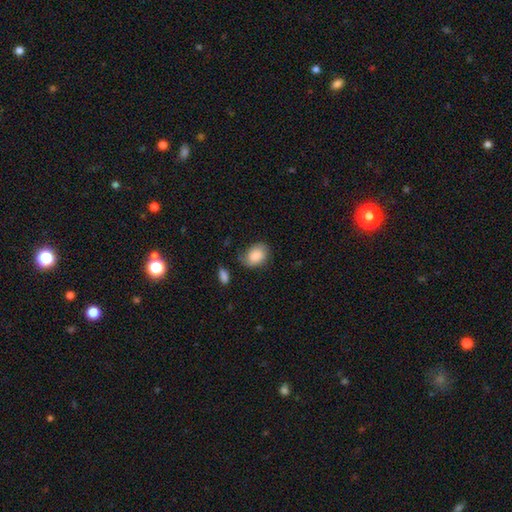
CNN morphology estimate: A smooth galaxy with no disk features (80%) that is in between round and cigar-shaped (68%). Merging: none (61%).